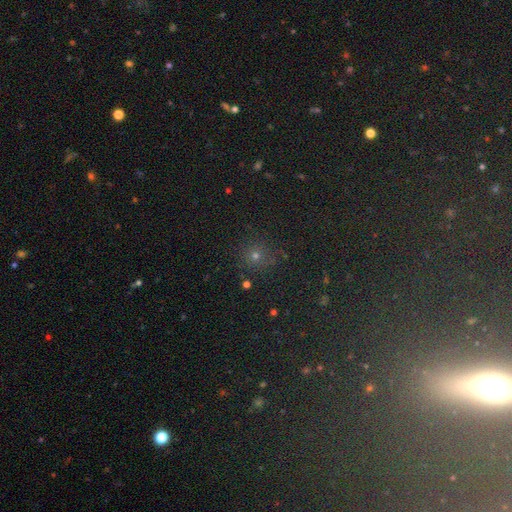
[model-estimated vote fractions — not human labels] A smooth galaxy with no disk features (54%) that is round (92%).

Vote fractions:
- Smooth or featured? smooth: 54% / star or artifact: 40% / featured or disk: 7%
- How rounded? round: 92% / in between: 7% / cigar-shaped: 1%
- Merging? none: 86% / minor disturbance: 9% / major disturbance: 3% / merger: 2%